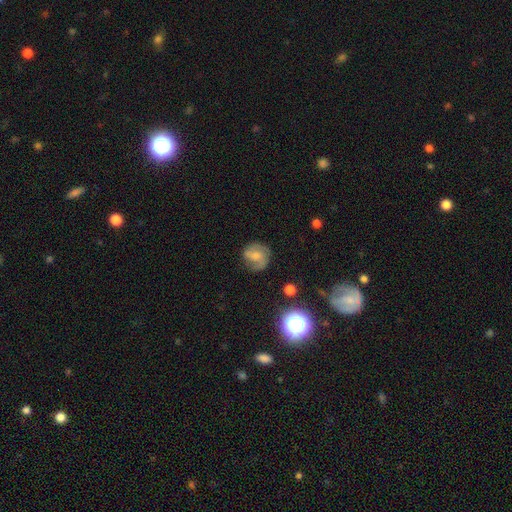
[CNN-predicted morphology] type=featured or disk (55%); edge-on=no (97%); bar=no (47%); spiral arms=yes (86%); bulge=small (44%); merging=none (68%).